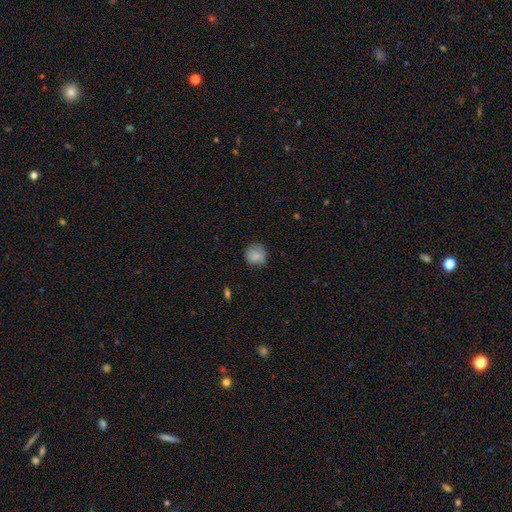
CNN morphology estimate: Smooth or featured: smooth — 81% (star or artifact — 10%)
How rounded: round — 87% (in between — 12%)
Merging: none — 70% (minor disturbance — 23%)